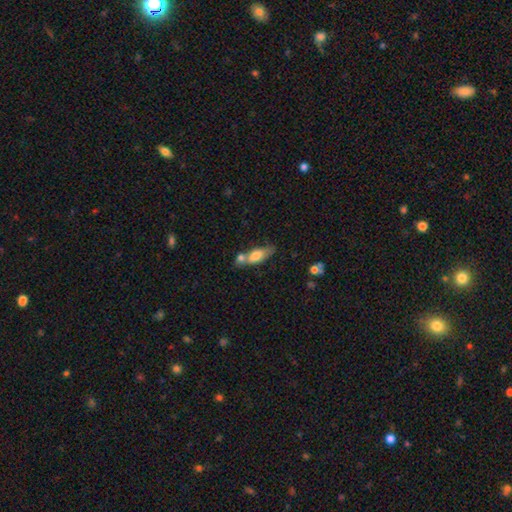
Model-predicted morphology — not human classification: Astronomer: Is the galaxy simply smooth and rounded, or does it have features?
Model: smooth — 69%.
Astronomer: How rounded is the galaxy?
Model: in between — 64%.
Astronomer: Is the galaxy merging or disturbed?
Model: none — 42% (runner-up: merger, 36%).